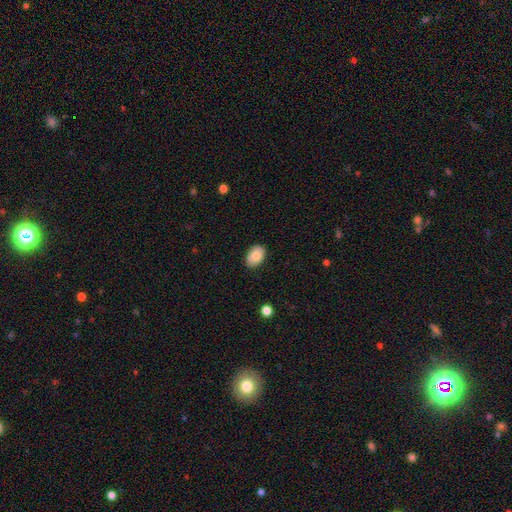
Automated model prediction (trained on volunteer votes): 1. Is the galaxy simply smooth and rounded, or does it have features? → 81% smooth, 12% featured or disk, 7% star or artifact.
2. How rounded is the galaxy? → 88% in between, 11% round, 1% cigar-shaped.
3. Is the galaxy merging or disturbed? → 86% none, 11% minor disturbance, 2% major disturbance, 1% merger.